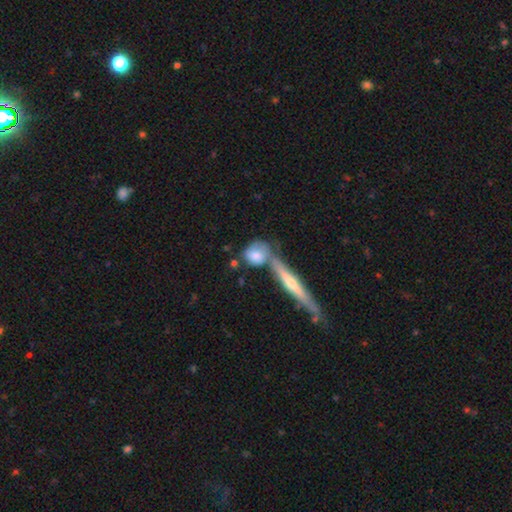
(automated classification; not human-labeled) smooth-or-featured: smooth: 66% | featured or disk: 28% | star or artifact: 7%
  how-rounded: round: 52% | in between: 32% | cigar-shaped: 16%
  merging: none: 44% | merger: 34% | minor disturbance: 16% | major disturbance: 7%